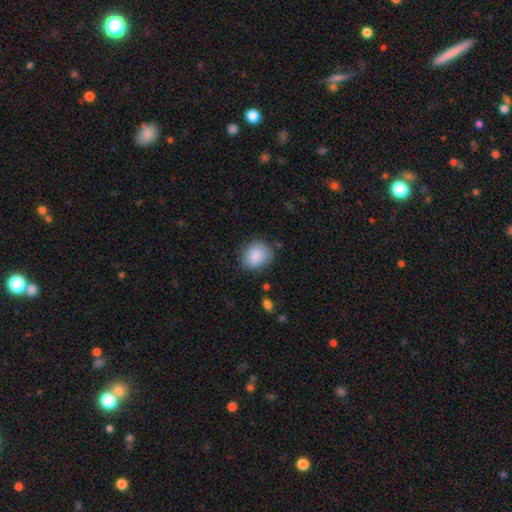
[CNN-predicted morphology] Smooth or featured? Predicted: smooth (p=0.88). How rounded? Predicted: round (p=0.63). Merging? Predicted: none (p=0.77).